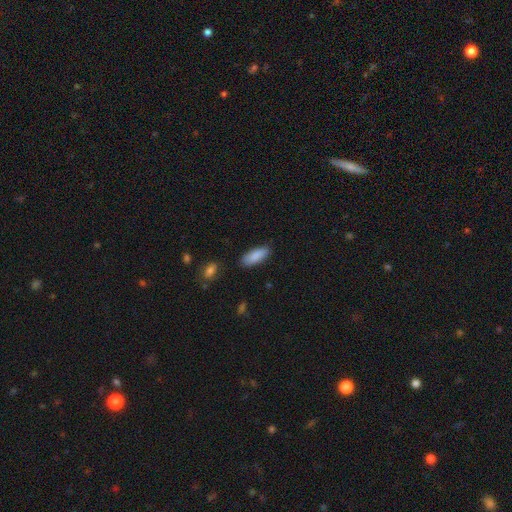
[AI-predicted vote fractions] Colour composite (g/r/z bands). It shows a smooth galaxy with no disk features (87%) that is in between round and cigar-shaped (72%). Merging: none (84%).